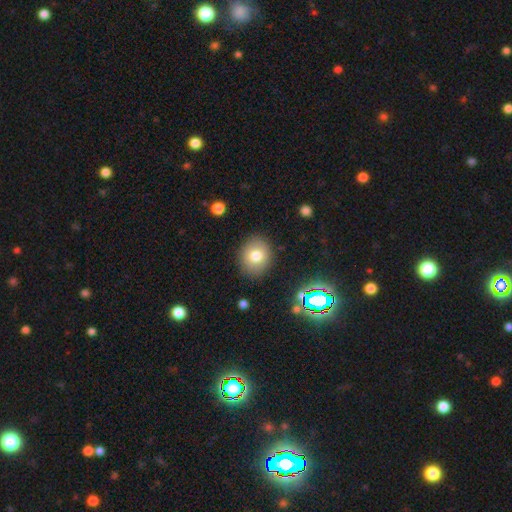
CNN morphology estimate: This is likely a smooth galaxy (76%). How rounded: likely round (66%). Merging: clearly none (87%).